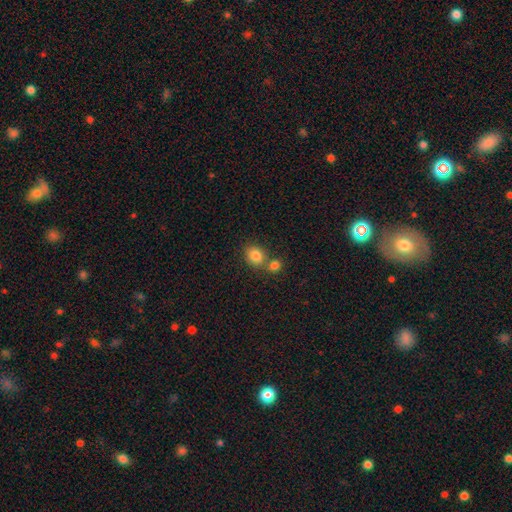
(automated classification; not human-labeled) smooth-or-featured: smooth: 83% | star or artifact: 11% | featured or disk: 7%
  how-rounded: round: 70% | in between: 29% | cigar-shaped: 1%
  merging: none: 57% | merger: 32% | minor disturbance: 8% | major disturbance: 3%